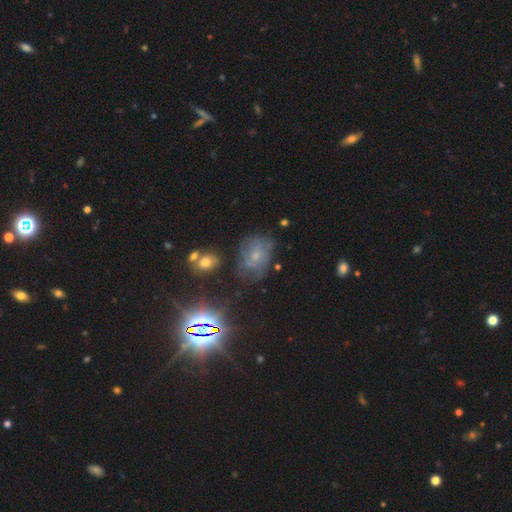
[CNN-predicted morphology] Smooth or featured? featured or disk (37%)
Merging? none (57%)